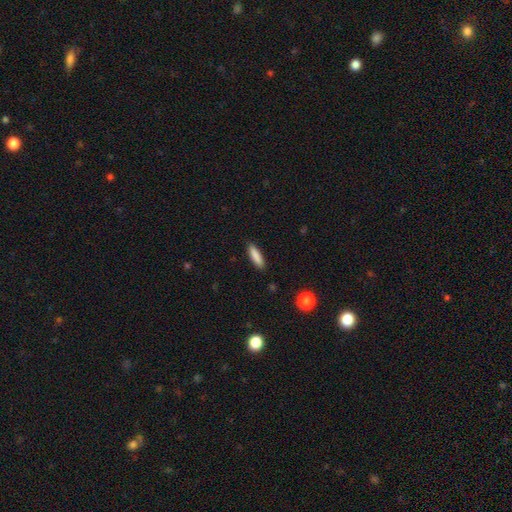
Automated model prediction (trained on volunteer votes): A smooth galaxy with no disk features (86%) that is cigar-shaped (69%).

Vote fractions:
- Smooth or featured? smooth: 86% / featured or disk: 7% / star or artifact: 7%
- How rounded? cigar-shaped: 69% / in between: 30% / round: 1%
- Merging? none: 88% / minor disturbance: 9% / major disturbance: 2% / merger: 1%